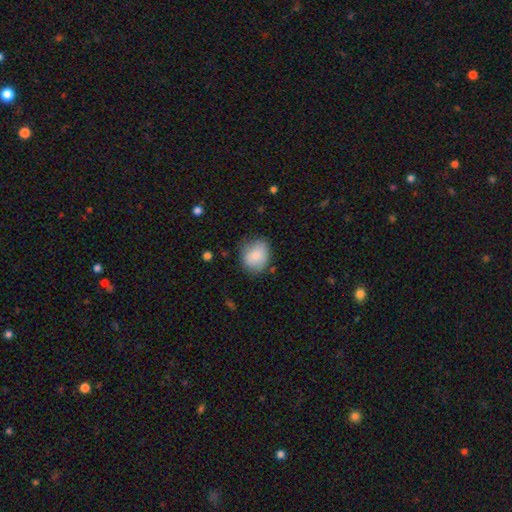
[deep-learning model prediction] The model was most divided on "how rounded": round: 57%, in between: 42%, cigar-shaped: 1%. More confident: smooth or featured — smooth (80%); merging — none (68%).